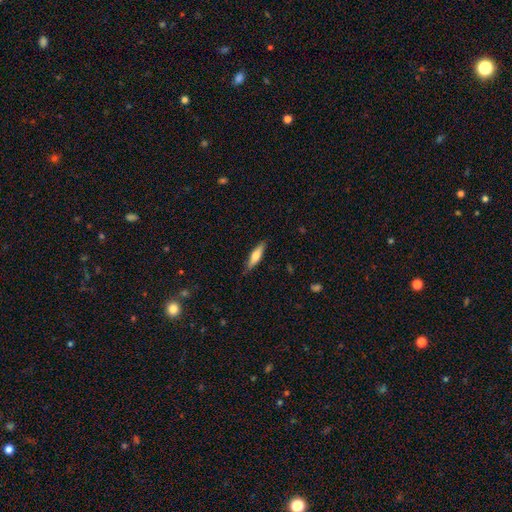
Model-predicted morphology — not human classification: Smooth or featured?
  - smooth: 61% *
  - featured or disk: 33%
  - star or artifact: 6%
How rounded?
  - cigar-shaped: 68% *
  - in between: 30%
  - round: 2%
Merging?
  - none: 84% *
  - minor disturbance: 13%
  - major disturbance: 2%
  - merger: 1%